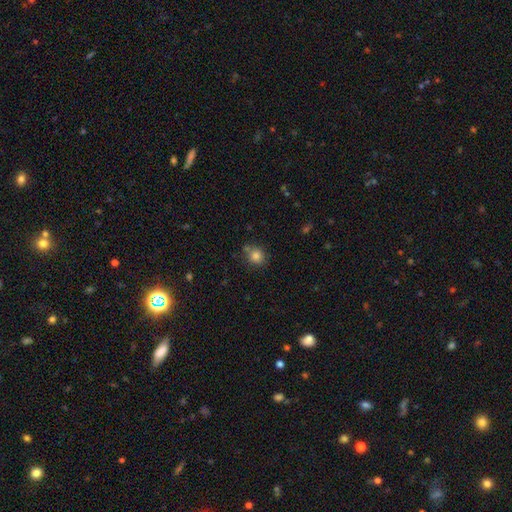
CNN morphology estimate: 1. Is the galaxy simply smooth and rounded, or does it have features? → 82% smooth, 11% star or artifact, 6% featured or disk.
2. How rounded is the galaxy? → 83% round, 16% in between, 1% cigar-shaped.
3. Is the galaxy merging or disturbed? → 70% none, 16% minor disturbance, 10% merger, 4% major disturbance.